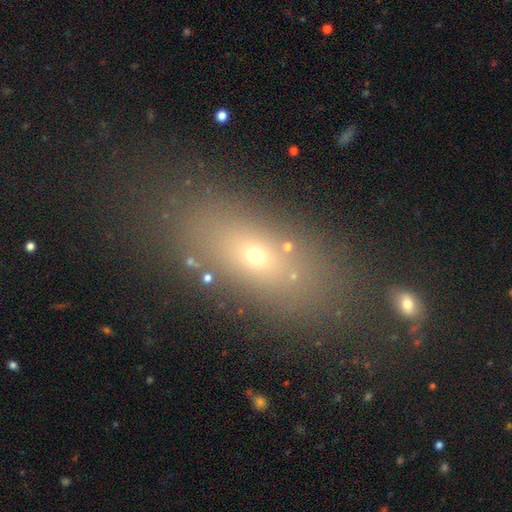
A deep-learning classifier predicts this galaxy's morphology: The model was most divided on "smooth or featured": smooth: 61%, star or artifact: 21%, featured or disk: 18%. More confident: merging — none (78%); how rounded — in between (71%).